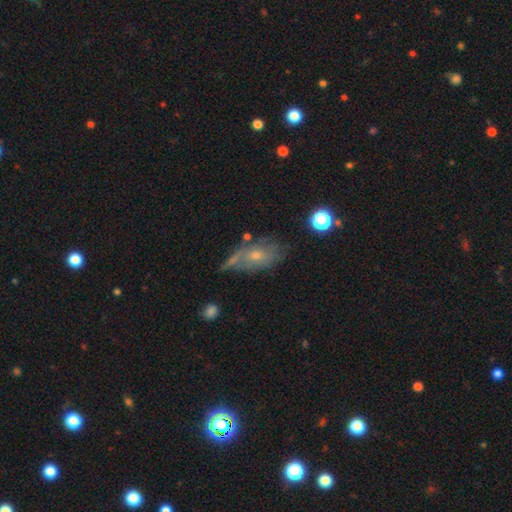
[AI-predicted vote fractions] smooth-or-featured: featured or disk: 46% | smooth: 43% | star or artifact: 11%
  merging: none: 42% | minor disturbance: 31% | major disturbance: 17% | merger: 10%